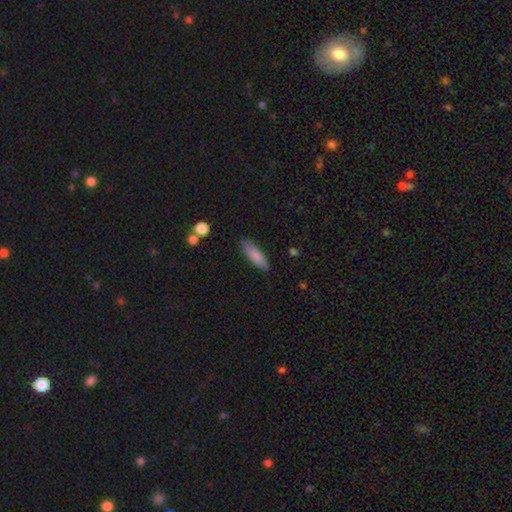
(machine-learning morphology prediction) type=smooth (84%); roundness=cigar-shaped (51%); merging=none (80%).